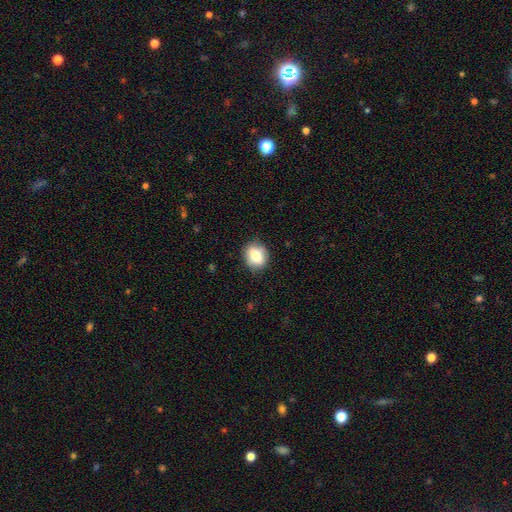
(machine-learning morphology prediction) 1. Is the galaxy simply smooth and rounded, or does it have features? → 77% smooth, 15% featured or disk, 9% star or artifact.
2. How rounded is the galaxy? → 66% round, 33% in between, 1% cigar-shaped.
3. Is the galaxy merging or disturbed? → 84% none, 12% minor disturbance, 3% major disturbance, 1% merger.